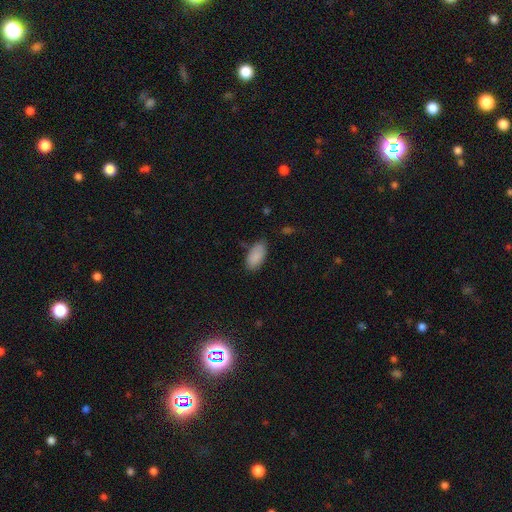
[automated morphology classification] Smooth or featured?
  - smooth: 88% *
  - star or artifact: 7%
  - featured or disk: 5%
How rounded?
  - in between: 94% *
  - cigar-shaped: 4%
  - round: 2%
Merging?
  - none: 75% *
  - minor disturbance: 19%
  - major disturbance: 4%
  - merger: 3%